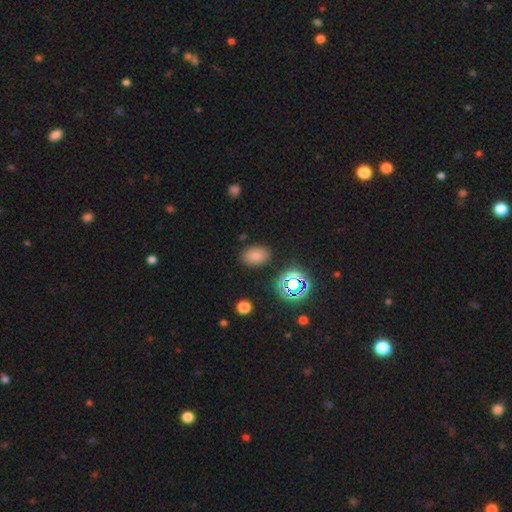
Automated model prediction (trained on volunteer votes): Smooth or featured? smooth (74%)
How rounded? in between (85%)
Merging? none (84%)